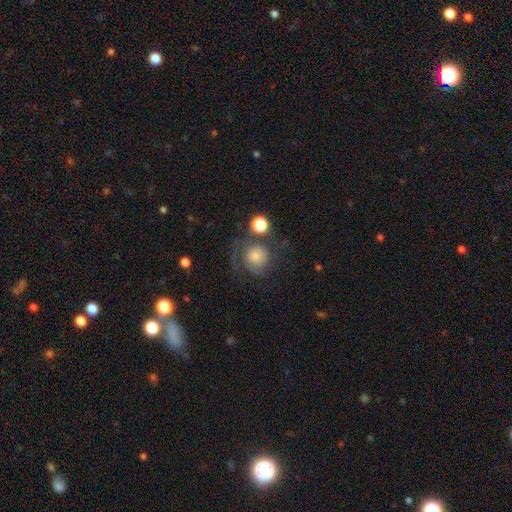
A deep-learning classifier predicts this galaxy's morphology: type=smooth (48%); merging=none (55%).